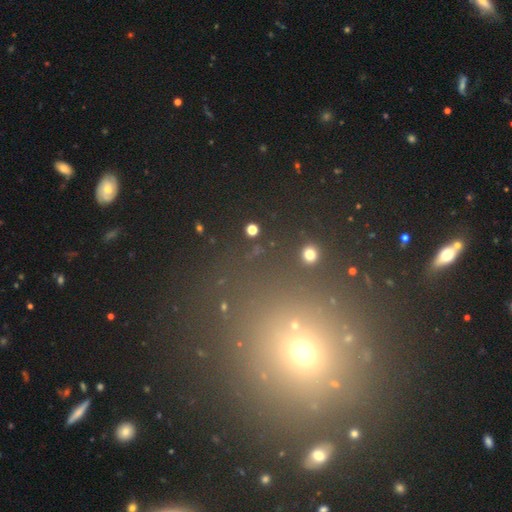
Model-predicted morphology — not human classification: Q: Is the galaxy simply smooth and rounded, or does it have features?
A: smooth — 45%, tied with star or artifact.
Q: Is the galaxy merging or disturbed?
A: none — 82%.